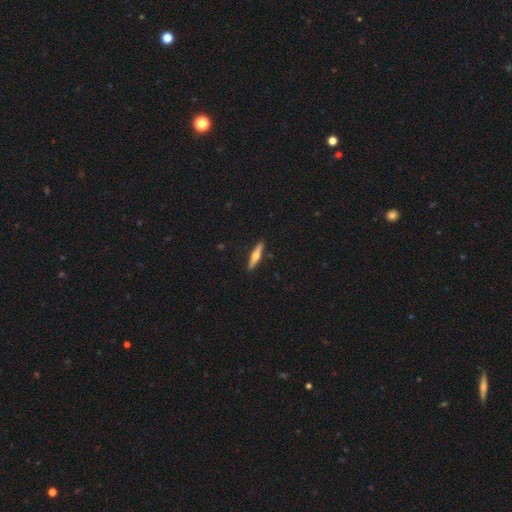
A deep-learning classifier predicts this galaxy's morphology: smooth_or_featured: featured or disk (p=0.54) [alt: smooth p=0.41]
disk_edge_on: yes (p=0.95) [alt: no p=0.05]
edge_on_bulge: rounded (p=0.93) [alt: none p=0.04]
merging: none (p=0.90) [alt: minor disturbance p=0.07]